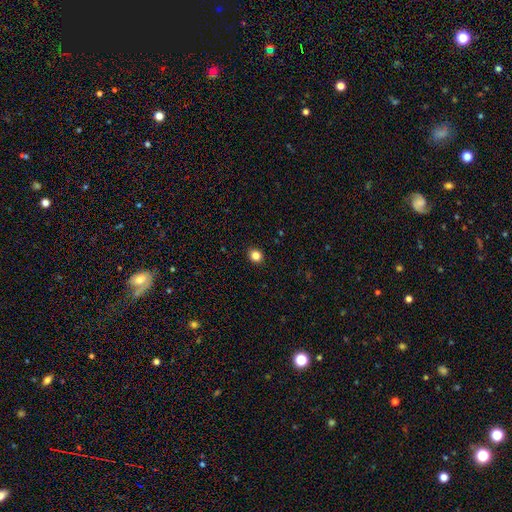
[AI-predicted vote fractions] smooth 85%, star or artifact 11%, featured or disk 4%. Down the decision tree: how rounded — round (75%); merging — none (92%).